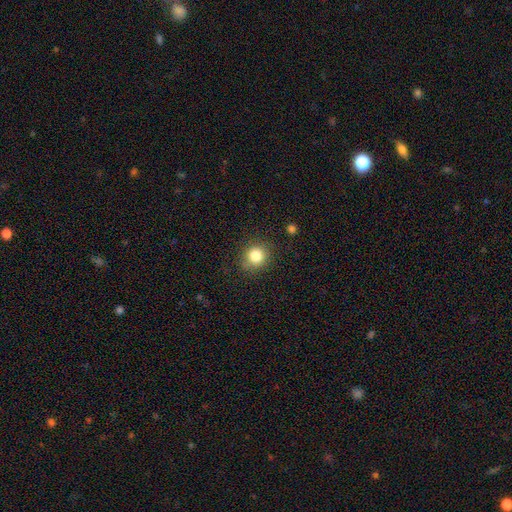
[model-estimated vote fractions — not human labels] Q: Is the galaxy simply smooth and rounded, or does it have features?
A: smooth — 83%.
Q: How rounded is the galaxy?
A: round — 87%.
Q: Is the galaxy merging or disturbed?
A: none — 85%.